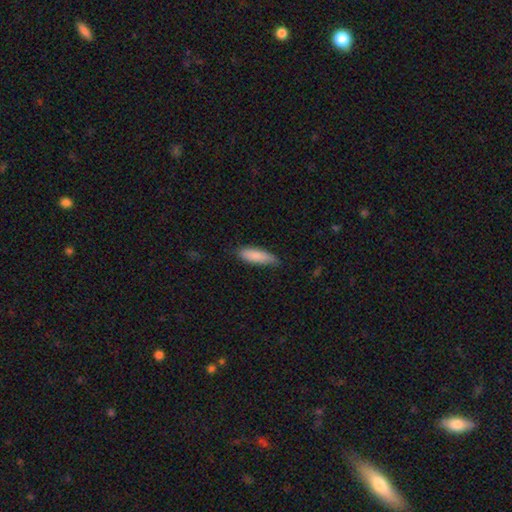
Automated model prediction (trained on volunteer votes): A smooth galaxy with no disk features (86%) that is in between round and cigar-shaped (50%).

Vote fractions:
- Smooth or featured? smooth: 86% / featured or disk: 8% / star or artifact: 6%
- How rounded? in between: 50% / cigar-shaped: 48% / round: 2%
- Merging? none: 75% / minor disturbance: 21% / major disturbance: 3% / merger: 1%